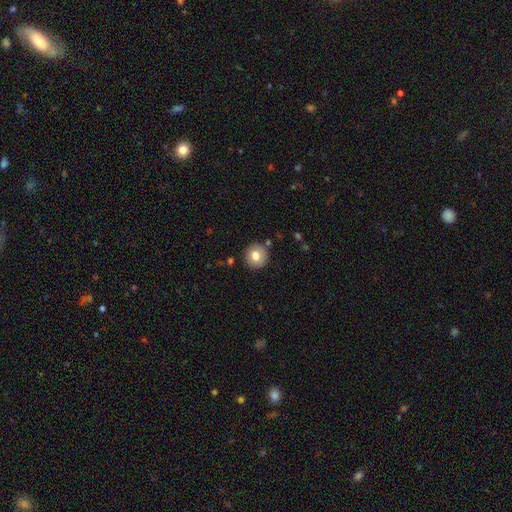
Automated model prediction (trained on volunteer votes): Morphology: type=smooth (80%); roundness=round (92%); merging=none (88%).